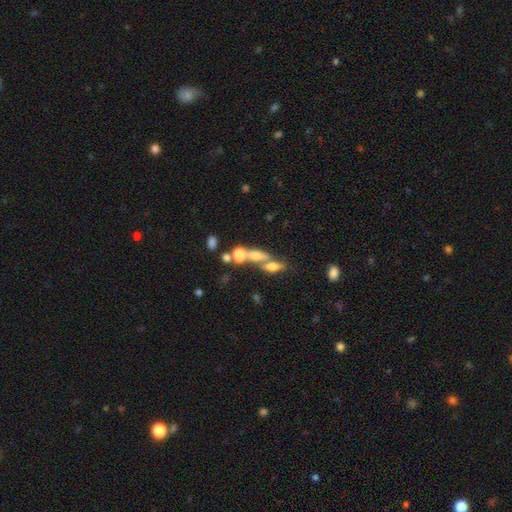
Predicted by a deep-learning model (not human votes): Smooth or featured? smooth (48%)
Merging? merger (51%)